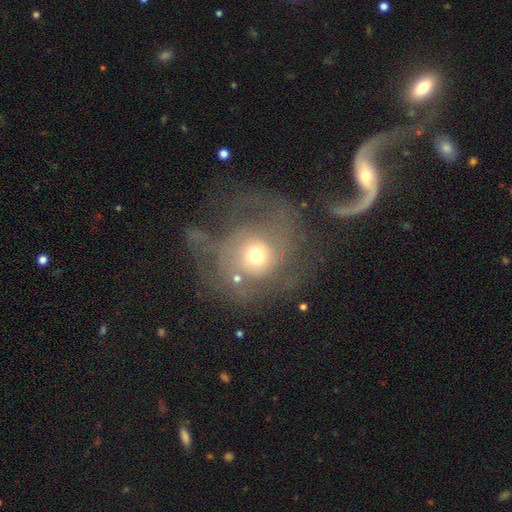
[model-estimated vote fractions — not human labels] This is possibly a featured or disk galaxy (54%). It is clearly not viewed edge-on (96%). Bar: clearly no (84%). Spiral arm pattern: possibly yes (56%). Central bulge: possibly moderate (58%). Merging: possibly major disturbance (46%).